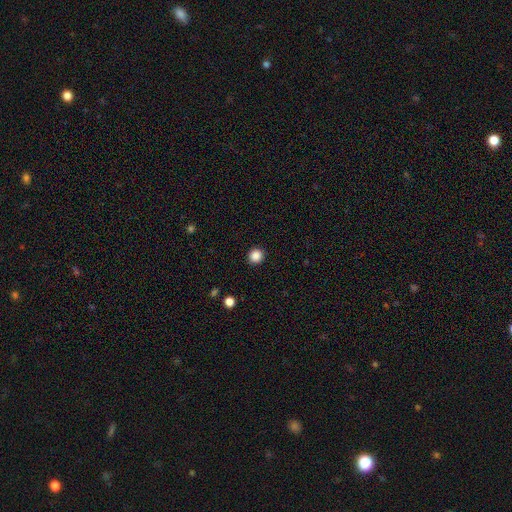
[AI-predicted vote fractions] Smooth or featured? smooth (87%)
How rounded? round (90%)
Merging? none (92%)